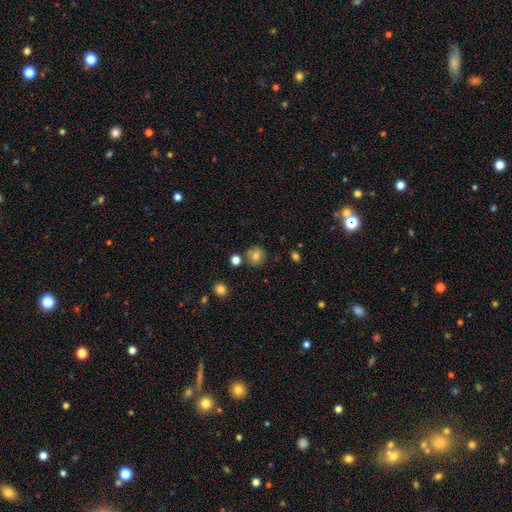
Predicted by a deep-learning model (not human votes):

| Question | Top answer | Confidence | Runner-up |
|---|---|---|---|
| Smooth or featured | smooth | 77% | star or artifact (12%) |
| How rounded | round | 89% | in between (10%) |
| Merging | none | 78% | minor disturbance (11%) |